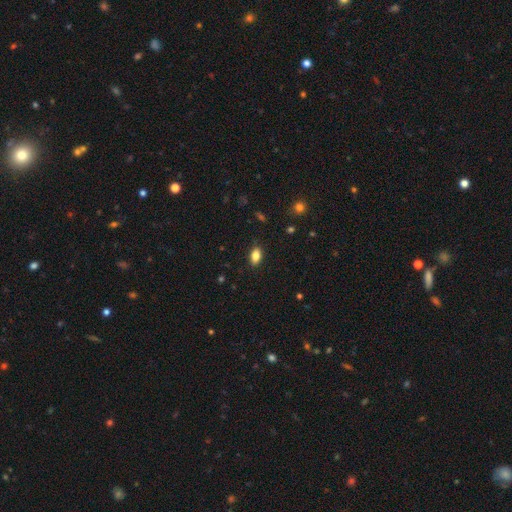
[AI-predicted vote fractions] Smooth or featured? Predicted: smooth (p=0.83). How rounded? Predicted: in between (p=0.88). Merging? Predicted: none (p=0.87).